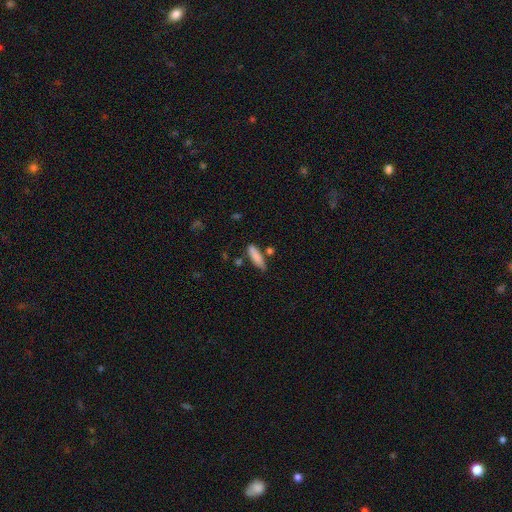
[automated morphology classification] The model was most divided on "how rounded": cigar-shaped: 64%, in between: 35%, round: 2%. More confident: smooth or featured — smooth (85%); merging — none (73%).